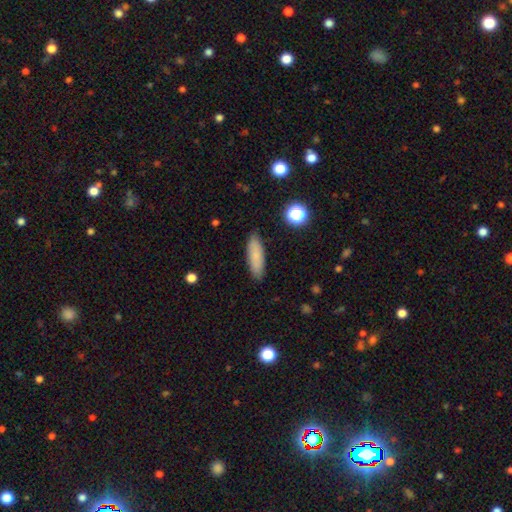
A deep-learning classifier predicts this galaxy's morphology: Smooth or featured? smooth (83%)
How rounded? cigar-shaped (56%)
Merging? none (88%)